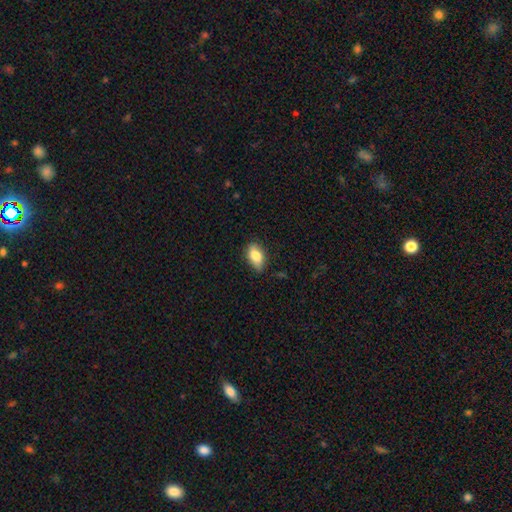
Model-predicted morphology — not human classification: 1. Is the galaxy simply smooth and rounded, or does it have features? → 80% smooth, 13% featured or disk, 7% star or artifact.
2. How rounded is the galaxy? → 88% in between, 8% round, 5% cigar-shaped.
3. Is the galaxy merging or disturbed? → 79% none, 17% minor disturbance, 3% major disturbance, 1% merger.